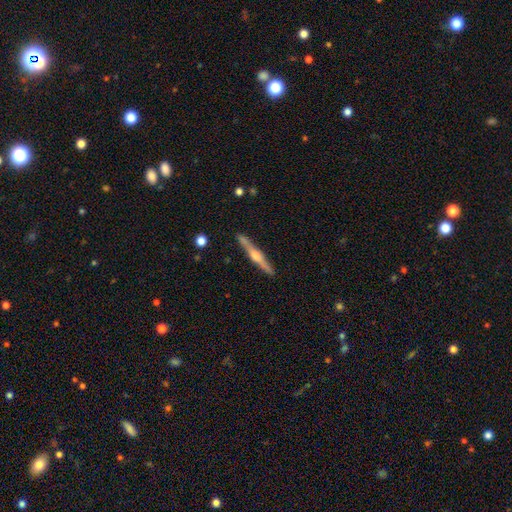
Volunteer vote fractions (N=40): Q: Smooth or featured?
A: featured or disk (85%); runner-up: smooth (10%)
Q: Edge-on disk?
A: yes (97%); runner-up: no (3%)
Q: Edge-on bulge?
A: rounded (97%); runner-up: boxy (3%)
Q: Merging?
A: none (84%); runner-up: minor disturbance (8%)